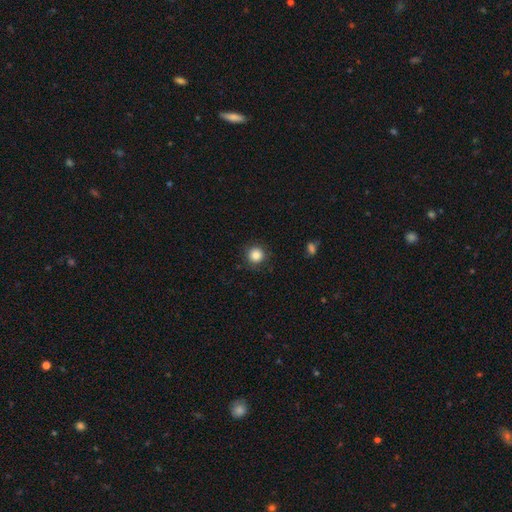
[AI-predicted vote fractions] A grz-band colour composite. It shows a smooth galaxy with no disk features (86%) that is round (94%). Merging: none (88%).